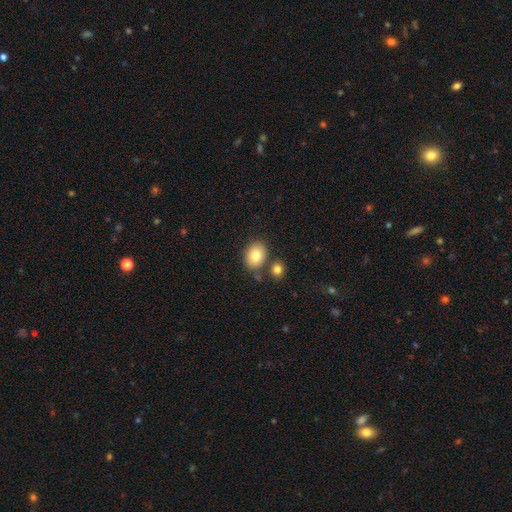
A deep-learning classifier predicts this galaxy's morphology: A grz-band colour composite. It shows a smooth galaxy with no disk features (80%) that is in between round and cigar-shaped (60%). Merging: none (74%).